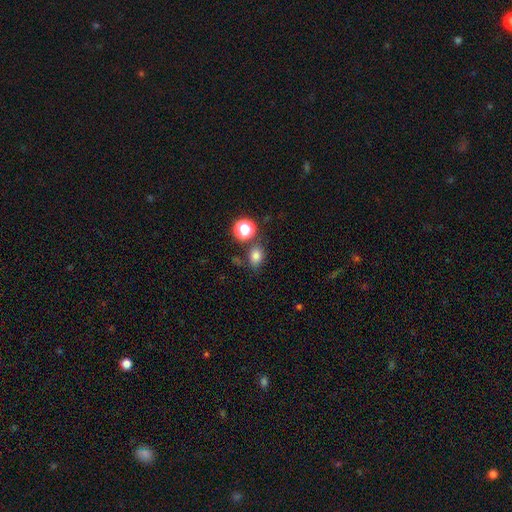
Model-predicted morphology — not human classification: smooth-or-featured: smooth: 77% | star or artifact: 16% | featured or disk: 7%
  how-rounded: in between: 57% | round: 41% | cigar-shaped: 1%
  merging: none: 72% | minor disturbance: 14% | merger: 10% | major disturbance: 4%